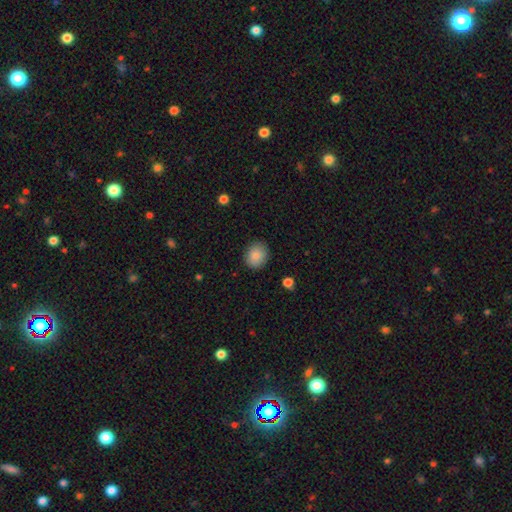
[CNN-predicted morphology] smooth-or-featured: smooth: 86% | star or artifact: 8% | featured or disk: 6%
  how-rounded: round: 62% | in between: 37% | cigar-shaped: 1%
  merging: none: 87% | minor disturbance: 9% | major disturbance: 2% | merger: 1%